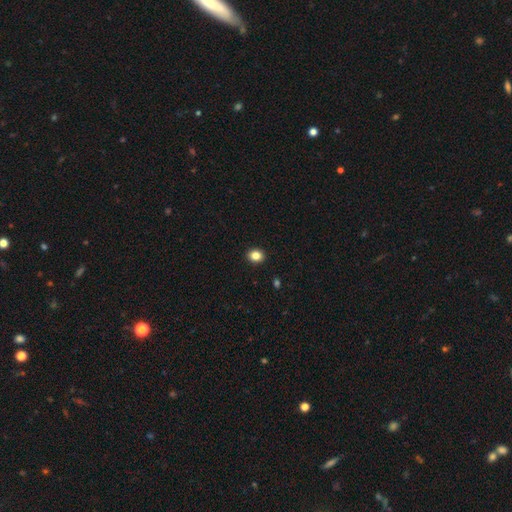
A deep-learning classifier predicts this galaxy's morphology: The model was most divided on "how rounded": round: 56%, in between: 43%, cigar-shaped: 1%. More confident: merging — none (92%); smooth or featured — smooth (85%).